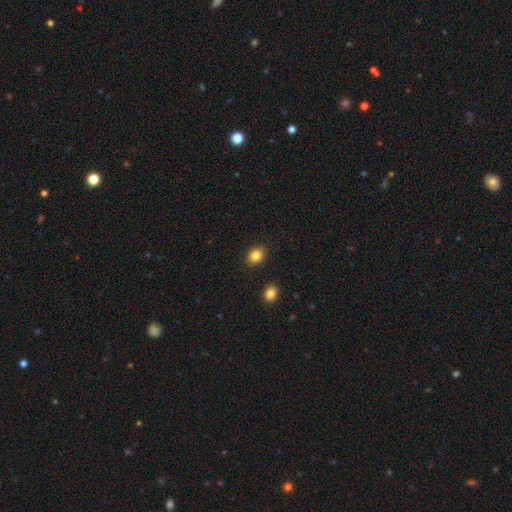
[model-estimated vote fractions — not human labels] Overall: smooth (84%). How rounded: in between (61%; round 38%). Merging: none (89%).